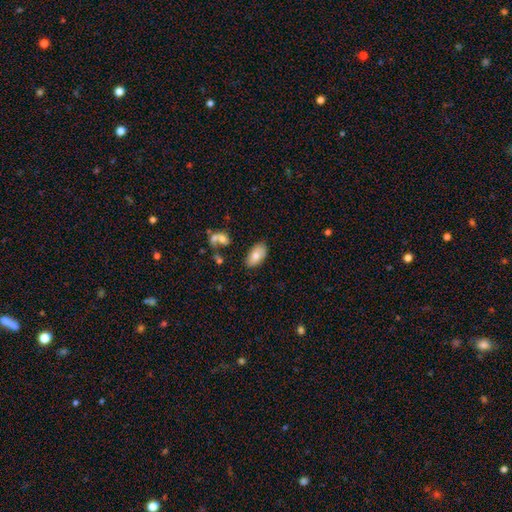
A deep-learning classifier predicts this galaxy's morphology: Overall: smooth (78%). How rounded: in between (94%). Merging: none (79%).